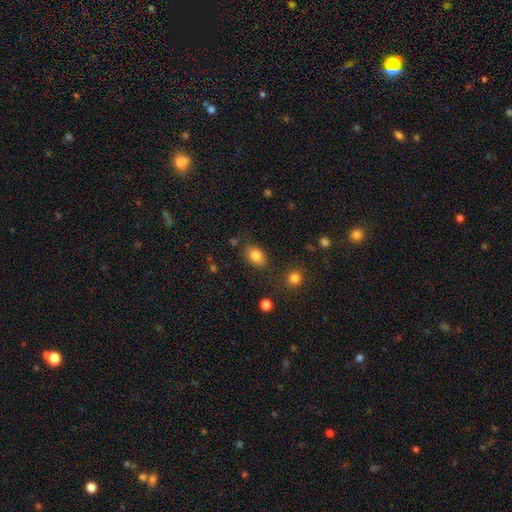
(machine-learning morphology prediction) type=smooth (83%); roundness=in between (78%); merging=none (79%).